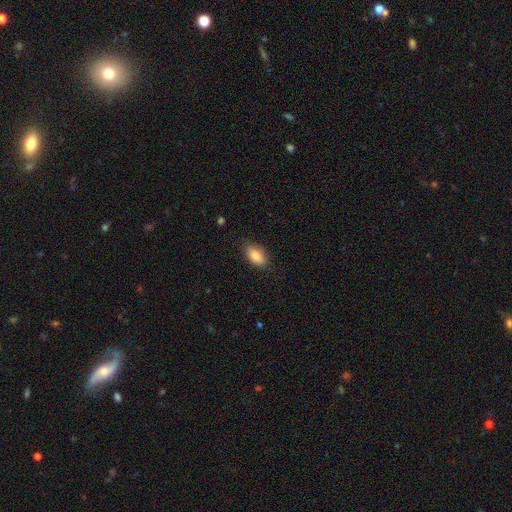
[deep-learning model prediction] smooth_or_featured: smooth (p=0.85) [alt: featured or disk p=0.08]
how_rounded: in between (p=0.91) [alt: cigar-shaped p=0.05]
merging: none (p=0.84) [alt: minor disturbance p=0.12]